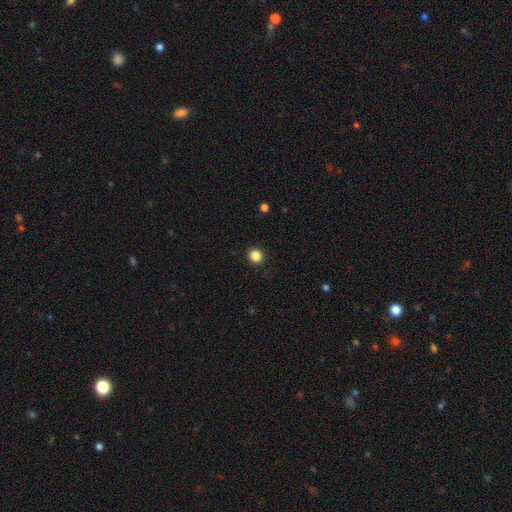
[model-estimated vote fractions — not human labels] This is clearly a smooth galaxy (86%). How rounded: clearly round (81%). Merging: clearly none (91%).